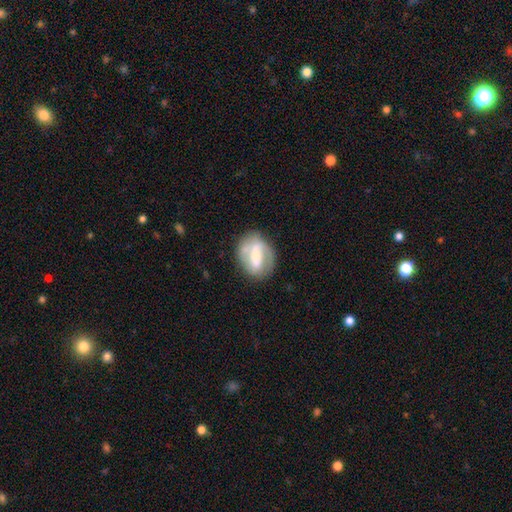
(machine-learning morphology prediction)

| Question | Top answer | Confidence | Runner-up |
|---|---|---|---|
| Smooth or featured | featured or disk | 63% | smooth (30%) |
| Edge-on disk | no | 95% | yes (5%) |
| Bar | strong | 52% | weak (32%) |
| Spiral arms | yes | 61% | no (39%) |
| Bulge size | moderate | 47% | small (38%) |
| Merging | none | 68% | minor disturbance (20%) |